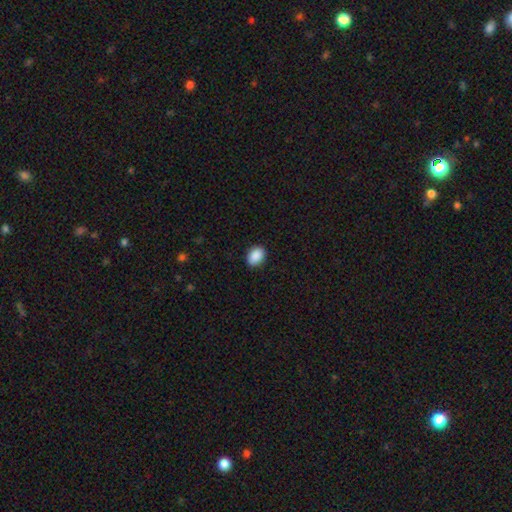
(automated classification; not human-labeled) Smooth or featured? Predicted: smooth (p=0.90). How rounded? Predicted: in between (p=0.71). Merging? Predicted: none (p=0.89).